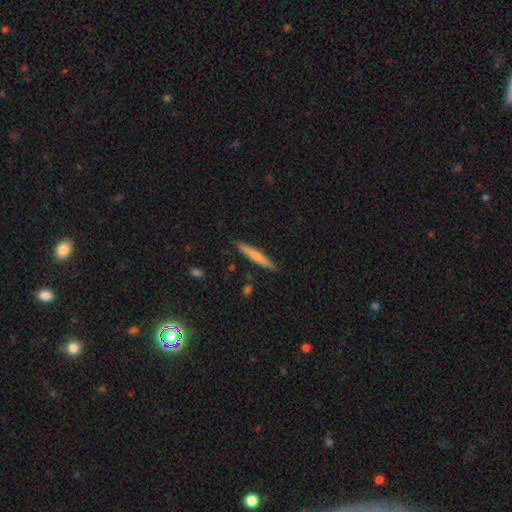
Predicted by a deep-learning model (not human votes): Smooth or featured? smooth (57%)
How rounded? cigar-shaped (94%)
Merging? none (89%)